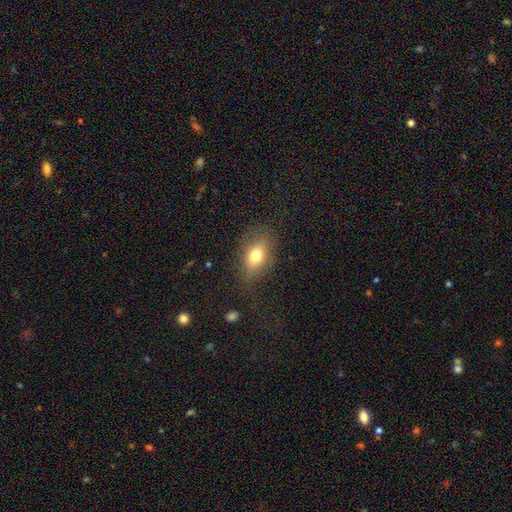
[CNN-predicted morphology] Smooth or featured? Predicted: smooth (p=0.73). How rounded? Predicted: in between (p=0.79). Merging? Predicted: none (p=0.70).